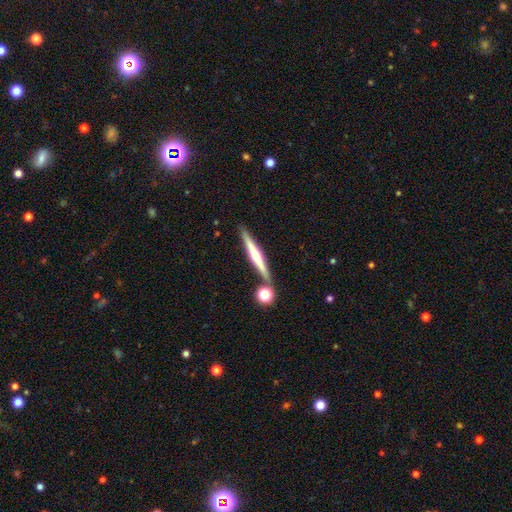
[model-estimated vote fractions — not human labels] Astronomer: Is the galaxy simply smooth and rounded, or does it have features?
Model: featured or disk — 57% (runner-up: smooth, 36%).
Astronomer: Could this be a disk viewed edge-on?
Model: yes — 97%.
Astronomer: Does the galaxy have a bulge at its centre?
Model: rounded — 58%.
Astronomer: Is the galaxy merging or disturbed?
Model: none — 81%.